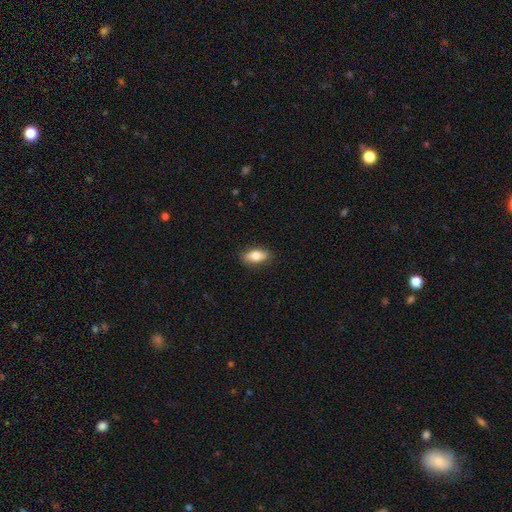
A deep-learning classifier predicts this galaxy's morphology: smooth 75%, featured or disk 19%, star or artifact 7%. Down the decision tree: how rounded — in between (84%); merging — none (87%).